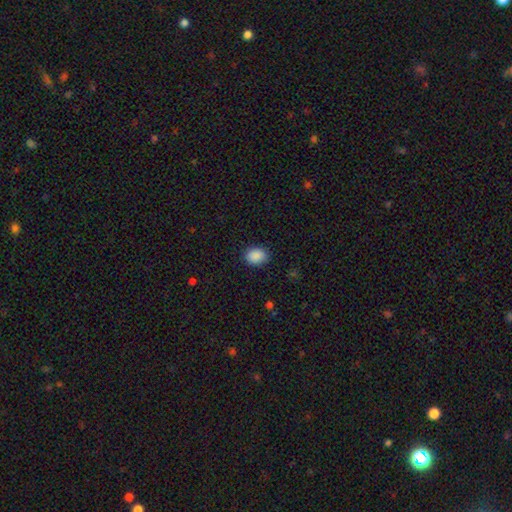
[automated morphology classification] This appears to be a smooth galaxy with no disk features (89%) that is in between round and cigar-shaped (62%). Merging: none (87%).